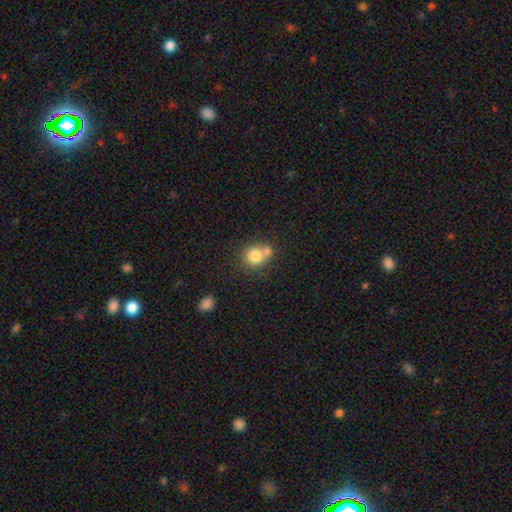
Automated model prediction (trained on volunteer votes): smooth_or_featured: smooth (p=0.79) [alt: featured or disk p=0.11]
how_rounded: round (p=0.79) [alt: in between p=0.20]
merging: none (p=0.45) [alt: merger p=0.41]